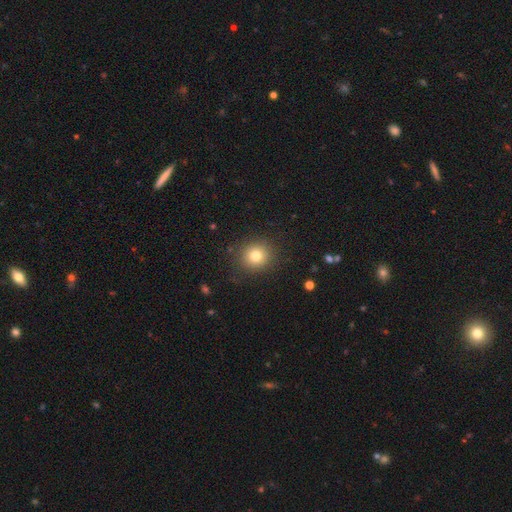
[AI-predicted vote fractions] Smooth or featured: smooth — 78% (star or artifact — 13%)
How rounded: round — 87% (in between — 12%)
Merging: none — 87% (minor disturbance — 8%)